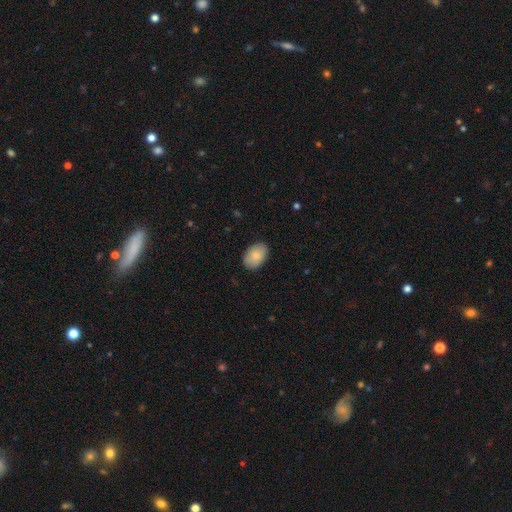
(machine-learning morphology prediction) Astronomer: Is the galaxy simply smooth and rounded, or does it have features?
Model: smooth — 84%.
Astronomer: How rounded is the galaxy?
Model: in between — 88%.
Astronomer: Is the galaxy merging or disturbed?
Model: none — 87%.